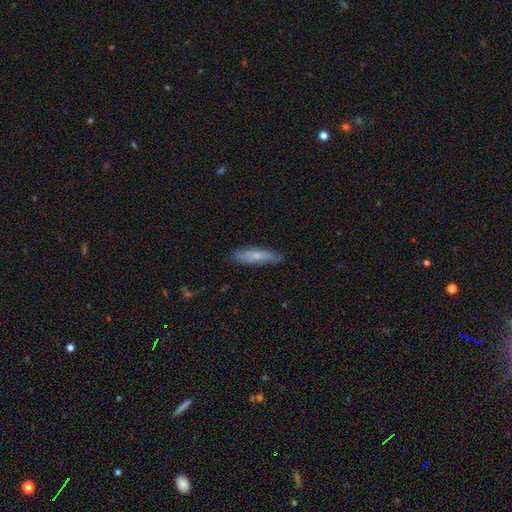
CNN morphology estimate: Q: Smooth or featured?
A: smooth (59%); runner-up: featured or disk (34%)
Q: How rounded?
A: cigar-shaped (73%); runner-up: in between (26%)
Q: Merging?
A: none (80%); runner-up: minor disturbance (15%)